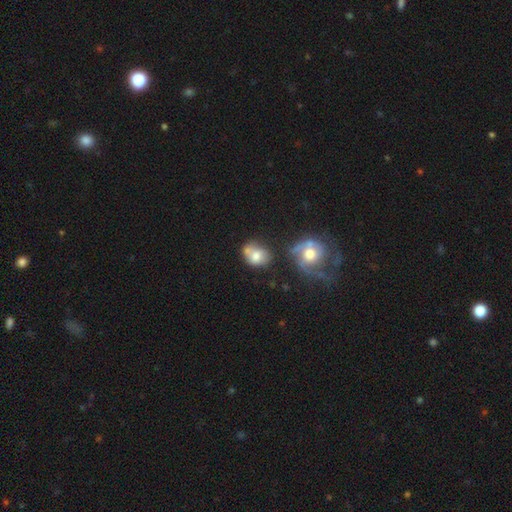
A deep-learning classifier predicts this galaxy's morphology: Smooth or featured?
  - smooth: 69% *
  - featured or disk: 23%
  - star or artifact: 9%
How rounded?
  - round: 50% *
  - in between: 49%
  - cigar-shaped: 1%
Merging?
  - none: 37% *
  - merger: 35%
  - minor disturbance: 19%
  - major disturbance: 9%